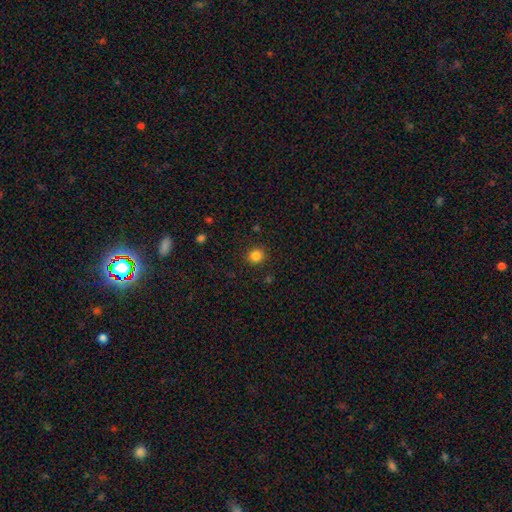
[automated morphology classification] smooth_or_featured: smooth (p=0.84) [alt: star or artifact p=0.12]
how_rounded: round (p=0.87) [alt: in between p=0.12]
merging: none (p=0.90) [alt: minor disturbance p=0.07]